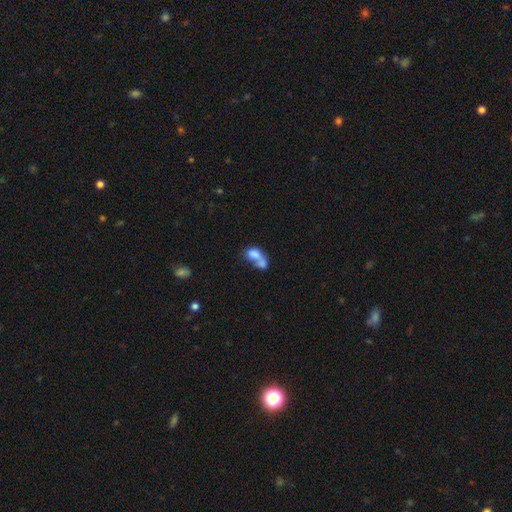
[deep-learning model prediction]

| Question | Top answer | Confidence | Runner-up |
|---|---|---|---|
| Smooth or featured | smooth | 71% | featured or disk (20%) |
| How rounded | in between | 76% | round (21%) |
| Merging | merger | 71% | none (15%) |